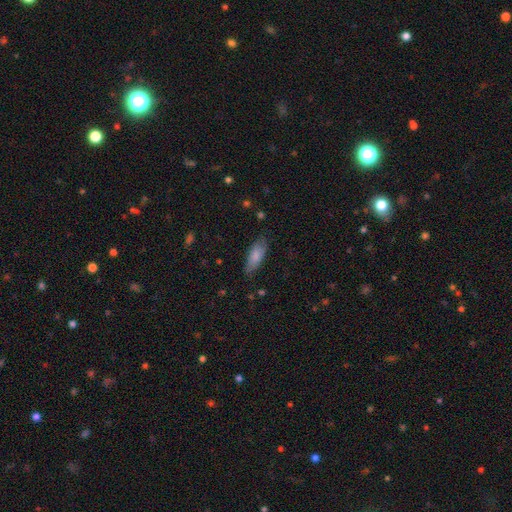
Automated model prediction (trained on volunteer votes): Smooth or featured: smooth — 82% (featured or disk — 12%)
How rounded: in between — 71% (cigar-shaped — 28%)
Merging: none — 76% (minor disturbance — 19%)